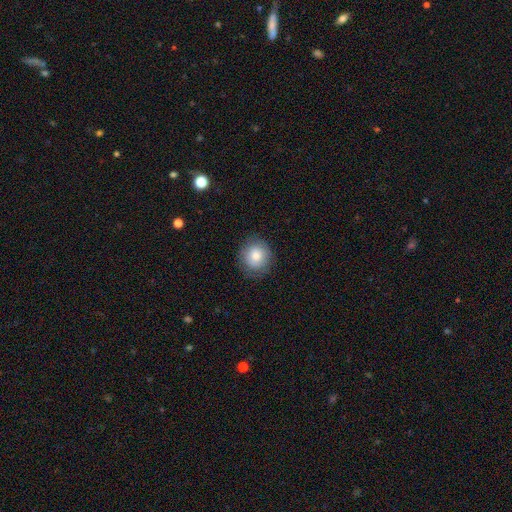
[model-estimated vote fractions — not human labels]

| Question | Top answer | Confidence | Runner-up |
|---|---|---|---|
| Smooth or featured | smooth | 78% | featured or disk (13%) |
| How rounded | round | 86% | in between (13%) |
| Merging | none | 84% | minor disturbance (11%) |